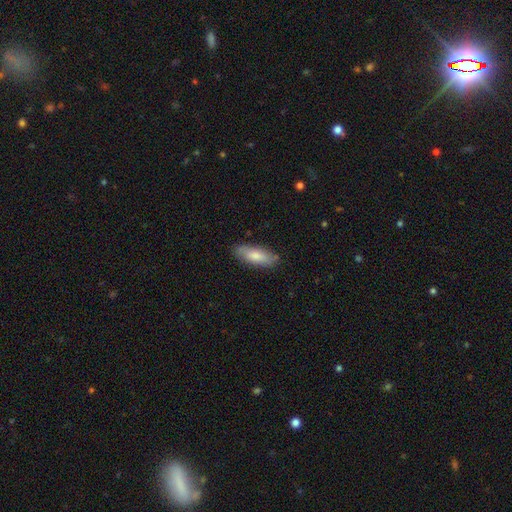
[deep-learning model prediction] smooth_or_featured: smooth (p=0.77) [alt: featured or disk p=0.18]
how_rounded: in between (p=0.67) [alt: cigar-shaped p=0.31]
merging: none (p=0.82) [alt: minor disturbance p=0.14]